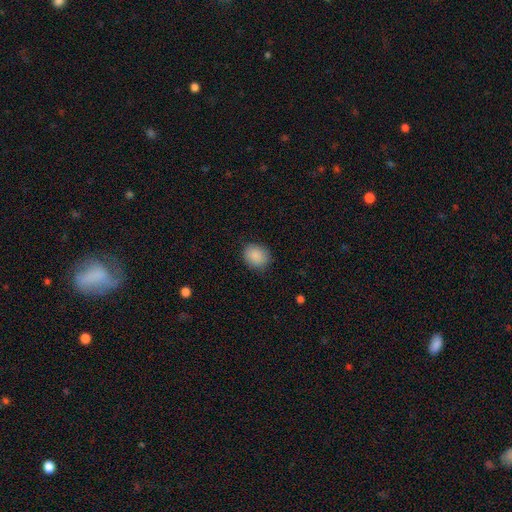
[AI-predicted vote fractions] Morphology: type=smooth (88%); roundness=round (65%); merging=none (85%).